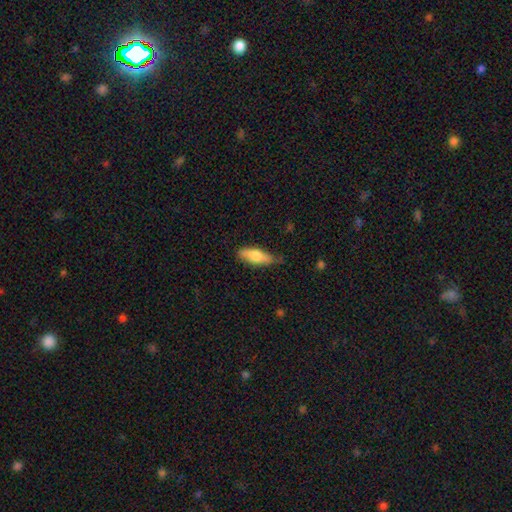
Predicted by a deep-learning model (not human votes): This appears to be a smooth galaxy with no disk features (71%) that is in between round and cigar-shaped (57%). Merging: none (71%).